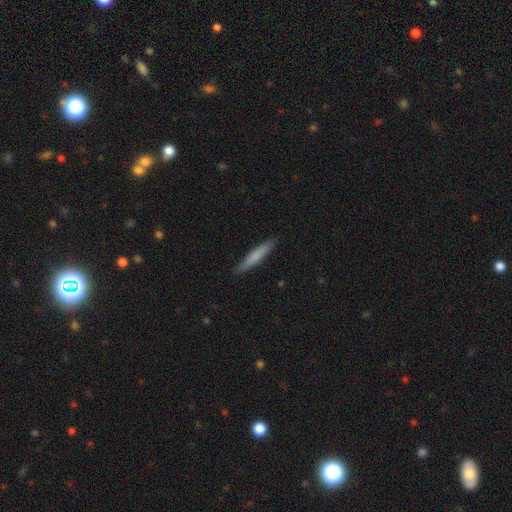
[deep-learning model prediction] Morphology: type=smooth (72%); roundness=cigar-shaped (94%); merging=none (90%).